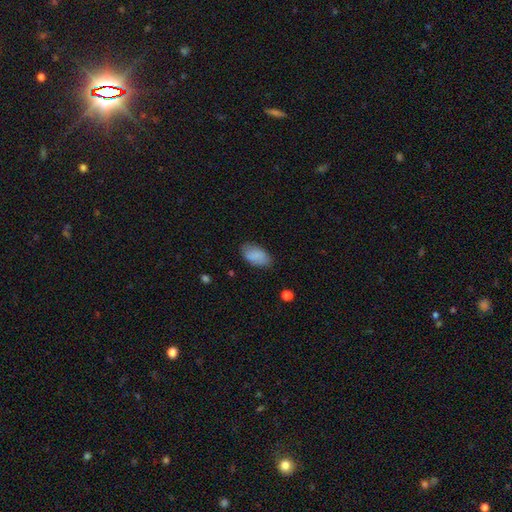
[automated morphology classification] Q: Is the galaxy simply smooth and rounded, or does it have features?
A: smooth — 85%.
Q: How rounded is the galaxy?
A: in between — 94%.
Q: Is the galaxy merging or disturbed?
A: none — 78%.